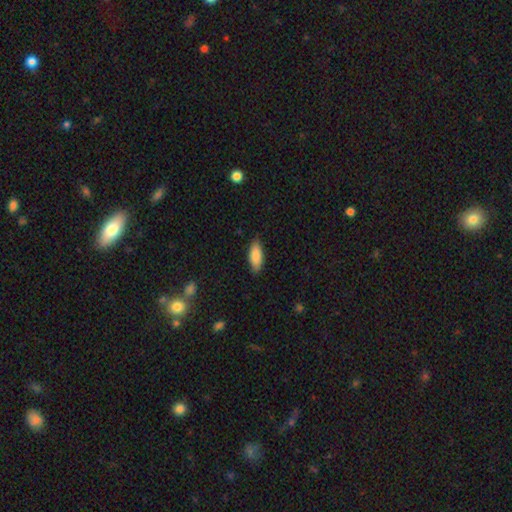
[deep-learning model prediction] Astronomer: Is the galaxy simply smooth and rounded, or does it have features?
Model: smooth — 85%.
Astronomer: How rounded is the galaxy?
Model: in between — 79%.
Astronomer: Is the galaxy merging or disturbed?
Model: none — 84%.